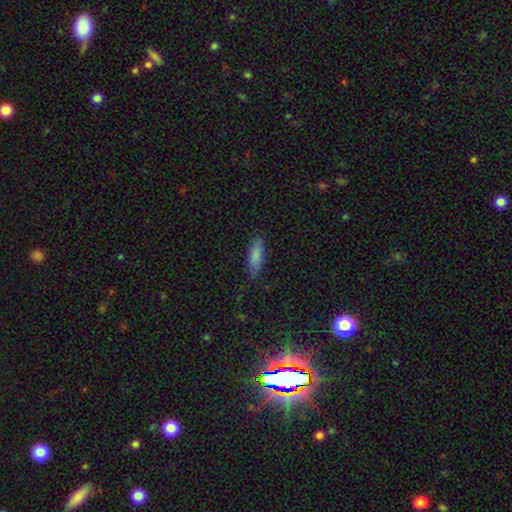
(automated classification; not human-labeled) Smooth or featured: smooth — 85% (featured or disk — 8%)
How rounded: in between — 60% (cigar-shaped — 38%)
Merging: none — 78% (minor disturbance — 17%)